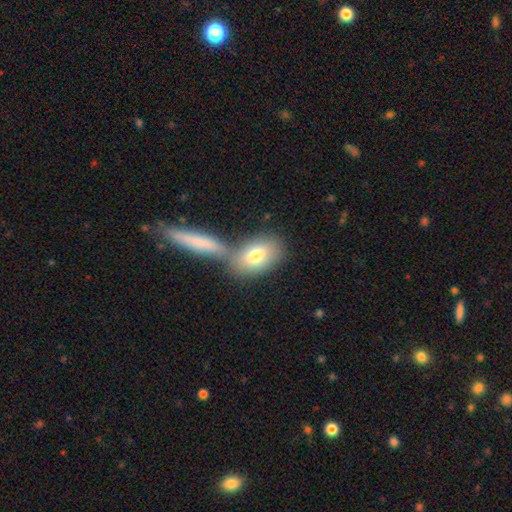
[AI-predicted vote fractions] smooth_or_featured: smooth (p=0.76) [alt: featured or disk p=0.17]
how_rounded: in between (p=0.84) [alt: round p=0.10]
merging: none (p=0.49) [alt: merger p=0.35]